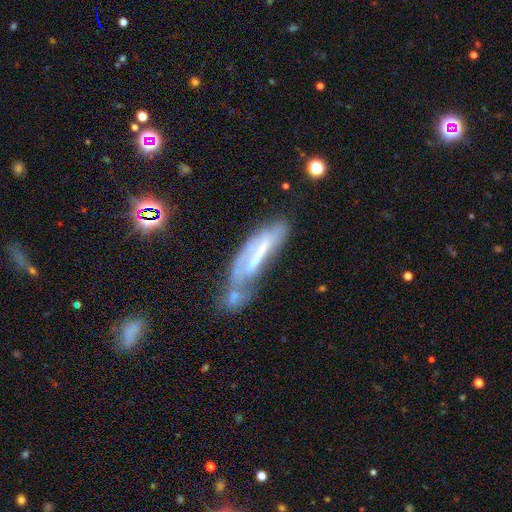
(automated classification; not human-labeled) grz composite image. It shows a featured or disk galaxy (66%). Merging: none (38%).